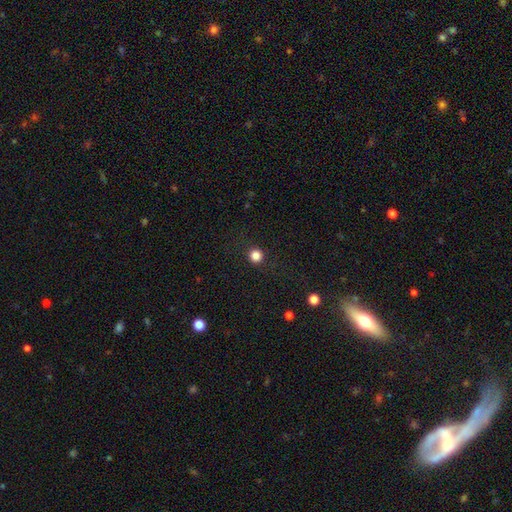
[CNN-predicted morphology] smooth 84%, star or artifact 12%, featured or disk 3%. Down the decision tree: how rounded — round (94%); merging — none (92%).